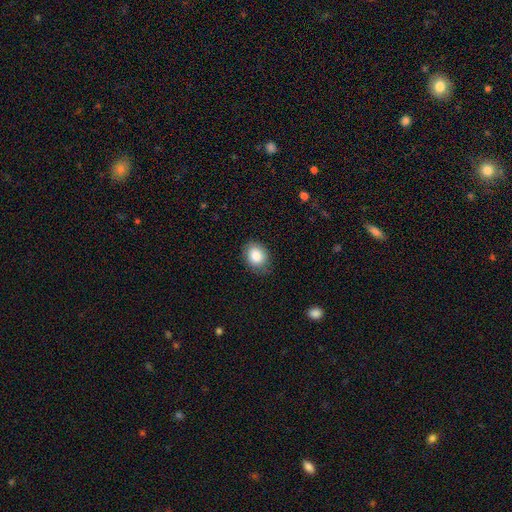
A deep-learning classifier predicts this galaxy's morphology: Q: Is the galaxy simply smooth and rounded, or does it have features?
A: smooth — 85%.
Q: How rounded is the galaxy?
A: in between — 52%.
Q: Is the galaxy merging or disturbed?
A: none — 79%.